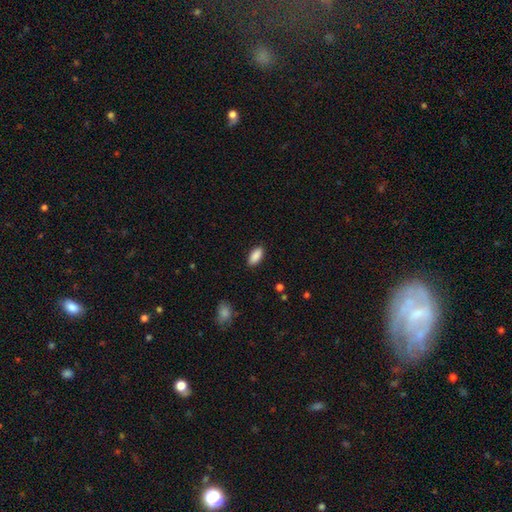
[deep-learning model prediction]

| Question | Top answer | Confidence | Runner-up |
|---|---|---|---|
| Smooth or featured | smooth | 90% | star or artifact (7%) |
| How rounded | in between | 90% | cigar-shaped (8%) |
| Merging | none | 88% | minor disturbance (9%) |